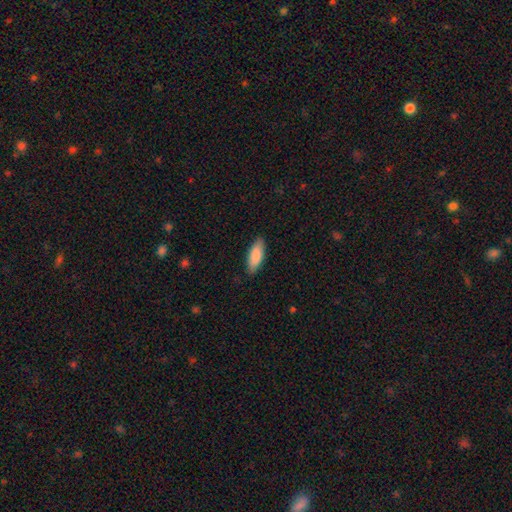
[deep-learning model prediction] Overall: smooth (88%). How rounded: in between (72%). Merging: none (86%).